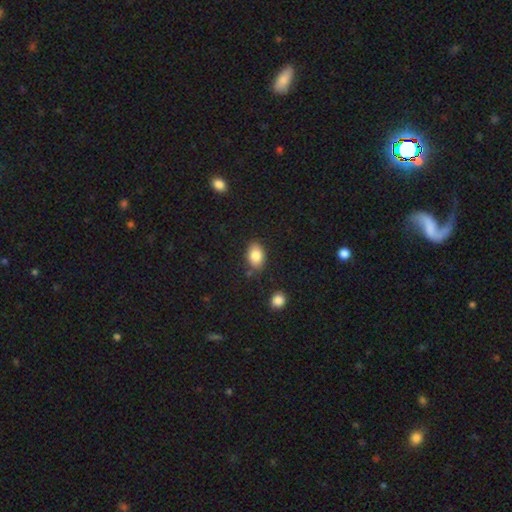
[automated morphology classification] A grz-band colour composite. It shows a smooth galaxy with no disk features (85%) that is in between round and cigar-shaped (84%). Merging: none (81%).